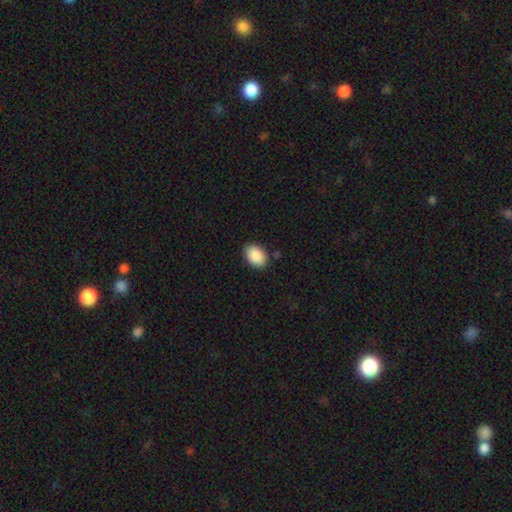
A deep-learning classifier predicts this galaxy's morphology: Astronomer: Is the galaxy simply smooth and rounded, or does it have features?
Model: smooth — 90%.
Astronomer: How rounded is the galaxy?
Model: in between — 80%.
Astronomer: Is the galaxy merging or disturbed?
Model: none — 86%.